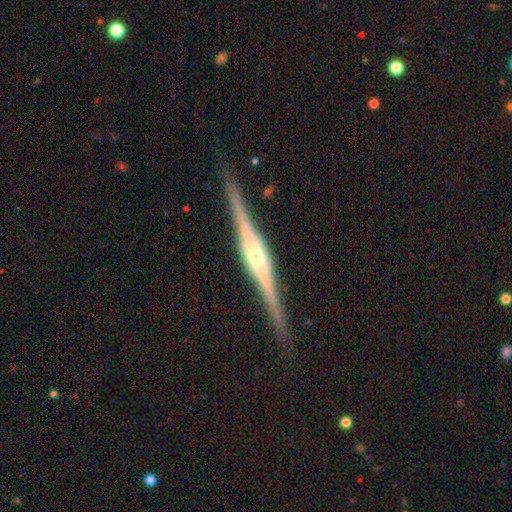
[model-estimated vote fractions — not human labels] Morphology: type=featured or disk (89%); edge-on=yes (98%); edge-on bulge=rounded (58%); merging=none (90%).